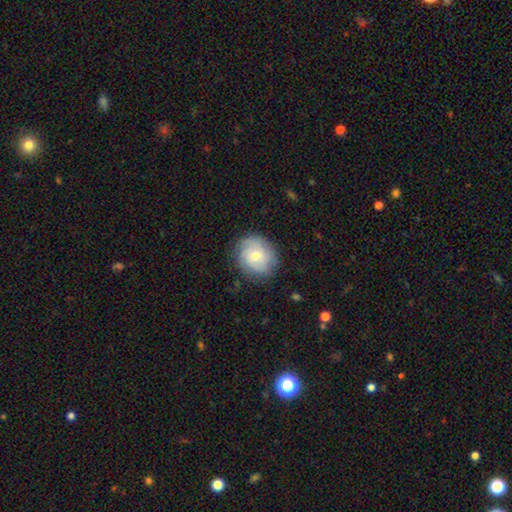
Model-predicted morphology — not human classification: smooth-or-featured: featured or disk: 52% | smooth: 40% | star or artifact: 8%
  disk-edge-on: no: 97% | yes: 3%
    bar: no: 74% | weak: 23% | strong: 3%
    has-spiral-arms: yes: 81% | no: 19%
    bulge-size: moderate: 49% | small: 47% | large: 2% | none: 1% | dominant: 1%
  merging: none: 79% | minor disturbance: 15% | major disturbance: 5% | merger: 1%